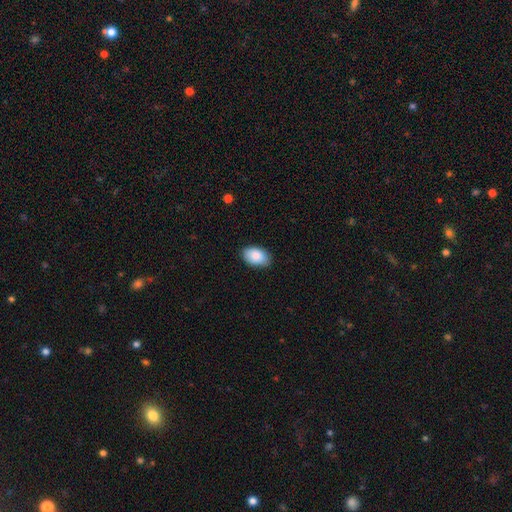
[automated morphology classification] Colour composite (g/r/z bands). It shows a smooth galaxy with no disk features (87%) that is in between round and cigar-shaped (92%). Merging: none (83%).